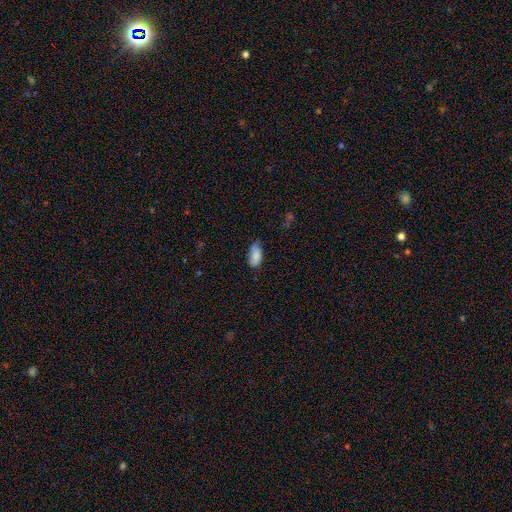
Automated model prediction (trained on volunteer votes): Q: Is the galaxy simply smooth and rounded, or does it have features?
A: smooth — 80%.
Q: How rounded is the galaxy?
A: in between — 91%.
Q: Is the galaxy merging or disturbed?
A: none — 59%.